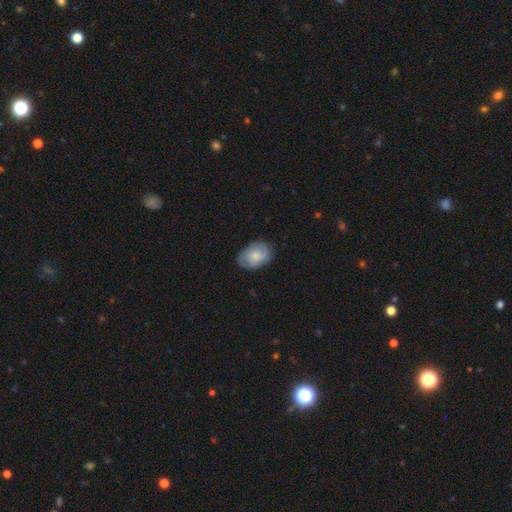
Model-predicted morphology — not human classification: This appears to be a smooth galaxy with no disk features (64%) that is in between round and cigar-shaped (80%). Merging: none (77%).